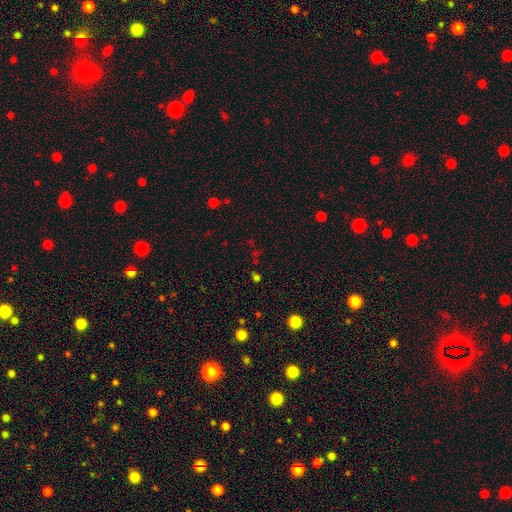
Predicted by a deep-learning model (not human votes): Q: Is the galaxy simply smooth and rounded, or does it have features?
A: star or artifact — 57%.